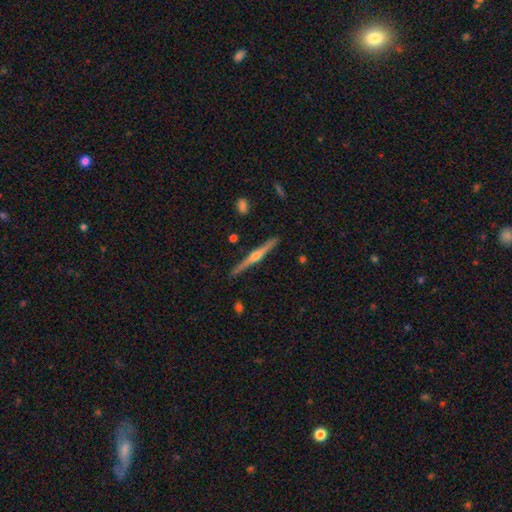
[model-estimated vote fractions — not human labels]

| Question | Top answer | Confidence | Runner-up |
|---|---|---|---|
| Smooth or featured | featured or disk | 81% | smooth (14%) |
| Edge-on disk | yes | 98% | no (2%) |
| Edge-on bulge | rounded | 93% | none (4%) |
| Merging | none | 91% | minor disturbance (6%) |